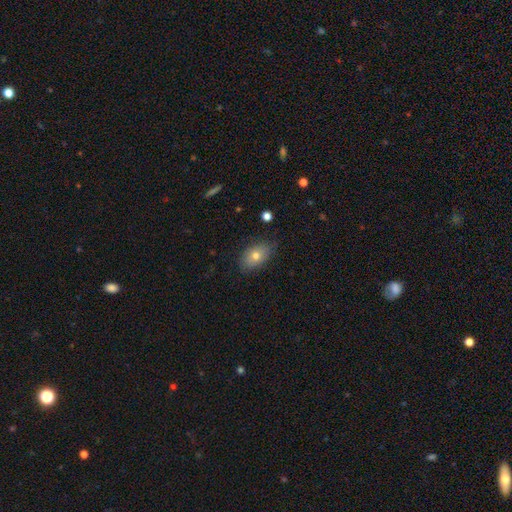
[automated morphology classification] A smooth galaxy with no disk features (72%) that is in between round and cigar-shaped (87%).

Vote fractions:
- Smooth or featured? smooth: 72% / featured or disk: 19% / star or artifact: 9%
- How rounded? in between: 87% / round: 11% / cigar-shaped: 2%
- Merging? none: 80% / minor disturbance: 15% / major disturbance: 3% / merger: 1%